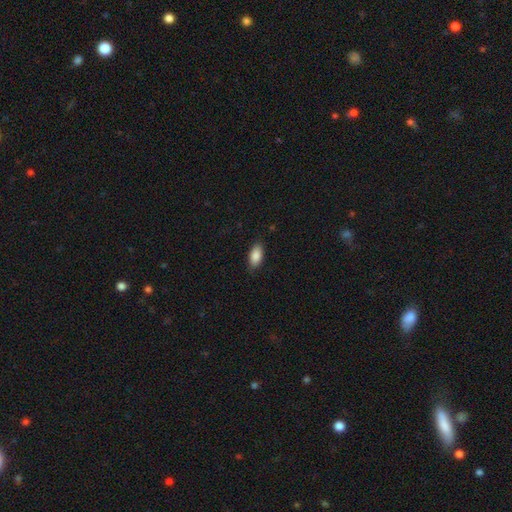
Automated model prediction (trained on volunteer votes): This appears to be a smooth galaxy with no disk features (88%) that is in between round and cigar-shaped (91%). Merging: none (85%).